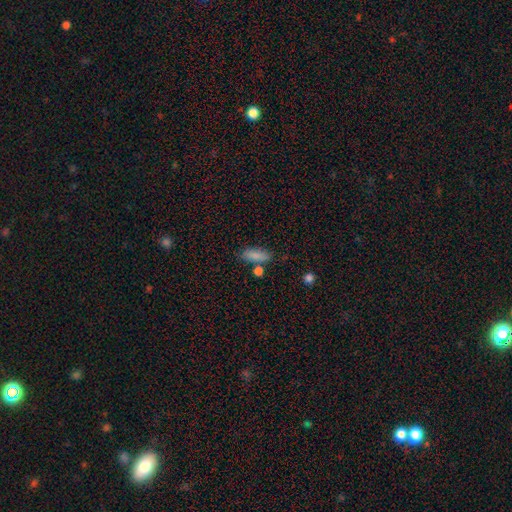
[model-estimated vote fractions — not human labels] Smooth or featured: smooth — 85% (star or artifact — 8%)
How rounded: in between — 73% (cigar-shaped — 24%)
Merging: none — 70% (minor disturbance — 14%)